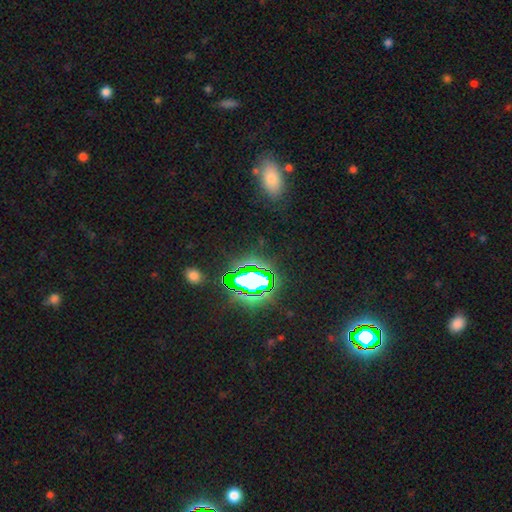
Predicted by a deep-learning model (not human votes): Smooth or featured? Predicted: star or artifact (p=0.72).